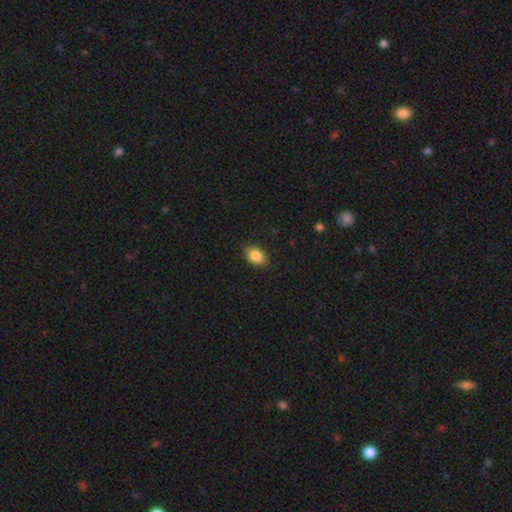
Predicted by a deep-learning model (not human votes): Smooth or featured: smooth — 86% (star or artifact — 8%)
How rounded: in between — 82% (round — 16%)
Merging: none — 88% (minor disturbance — 9%)